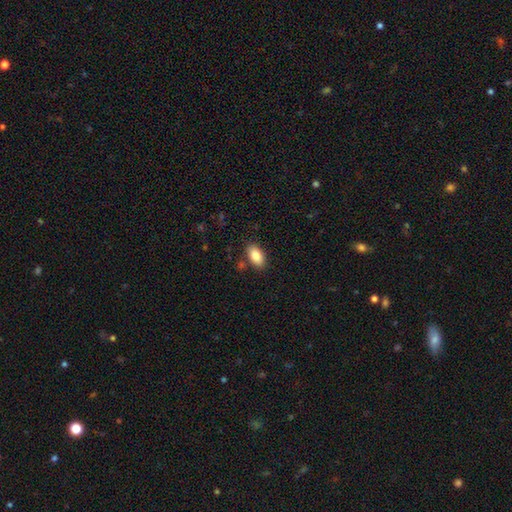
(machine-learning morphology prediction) Smooth or featured?
  - smooth: 87% *
  - star or artifact: 7%
  - featured or disk: 6%
How rounded?
  - in between: 93% *
  - round: 4%
  - cigar-shaped: 3%
Merging?
  - none: 83% *
  - minor disturbance: 10%
  - merger: 4%
  - major disturbance: 3%